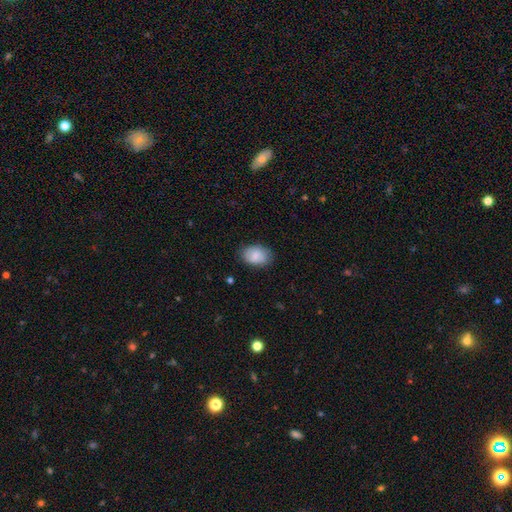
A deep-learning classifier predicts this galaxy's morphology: A smooth galaxy with no disk features (84%) that is in between round and cigar-shaped (83%).

Vote fractions:
- Smooth or featured? smooth: 84% / featured or disk: 9% / star or artifact: 7%
- How rounded? in between: 83% / round: 16% / cigar-shaped: 1%
- Merging? none: 80% / minor disturbance: 15% / major disturbance: 3% / merger: 1%